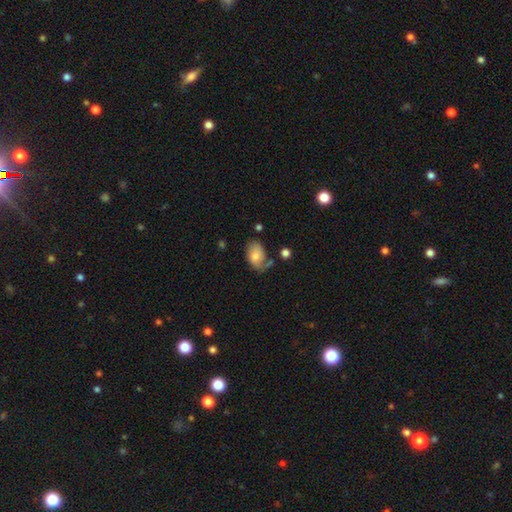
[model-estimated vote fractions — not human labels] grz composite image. It shows a smooth galaxy with no disk features (66%) that is in between round and cigar-shaped (86%). Merging: none (46%).